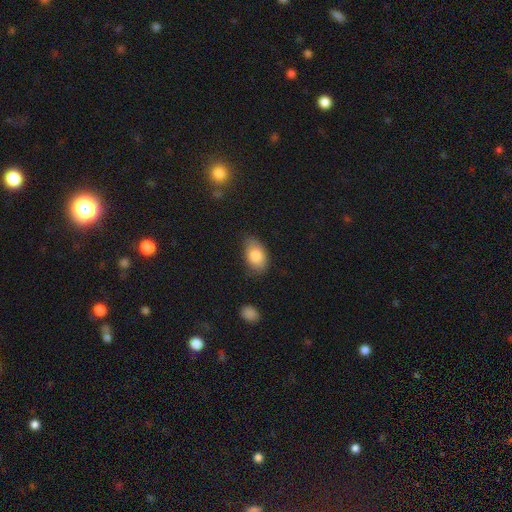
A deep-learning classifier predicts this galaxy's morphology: Smooth or featured?
  - smooth: 83% *
  - featured or disk: 10%
  - star or artifact: 7%
How rounded?
  - in between: 90% *
  - round: 8%
  - cigar-shaped: 1%
Merging?
  - none: 69% *
  - minor disturbance: 25%
  - major disturbance: 5%
  - merger: 2%